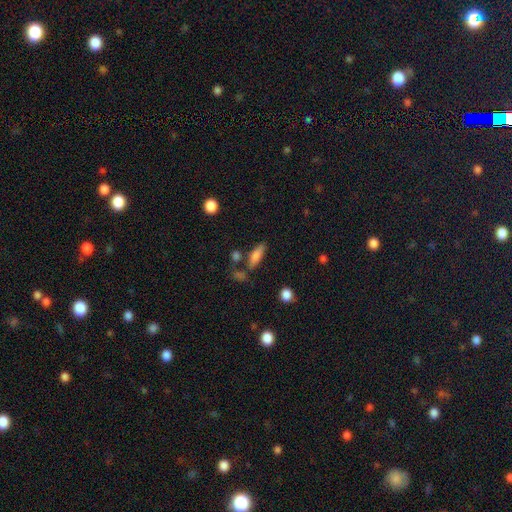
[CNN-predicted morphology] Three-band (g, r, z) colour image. It shows a smooth galaxy with no disk features (75%) that is cigar-shaped (50%). Merging: none (68%).